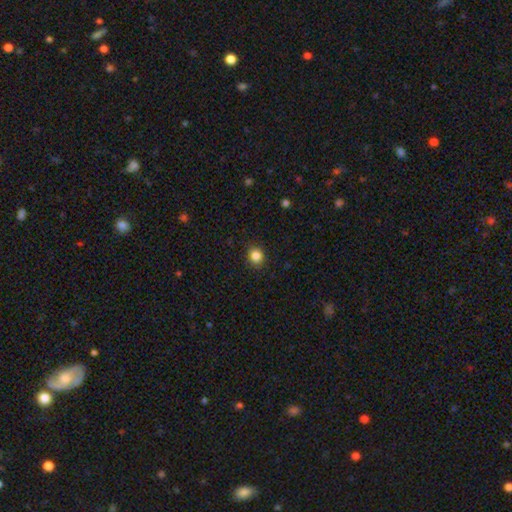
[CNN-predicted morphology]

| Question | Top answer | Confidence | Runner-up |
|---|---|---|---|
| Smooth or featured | smooth | 84% | star or artifact (11%) |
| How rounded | round | 79% | in between (20%) |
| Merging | none | 90% | minor disturbance (7%) |